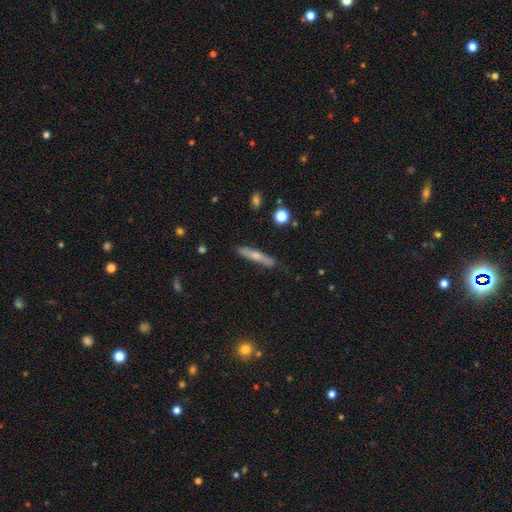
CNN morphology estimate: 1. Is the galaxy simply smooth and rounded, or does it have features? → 54% smooth, 39% featured or disk, 7% star or artifact.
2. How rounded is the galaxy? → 90% cigar-shaped, 8% in between, 2% round.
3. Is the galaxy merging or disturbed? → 80% none, 15% minor disturbance, 3% major disturbance, 2% merger.